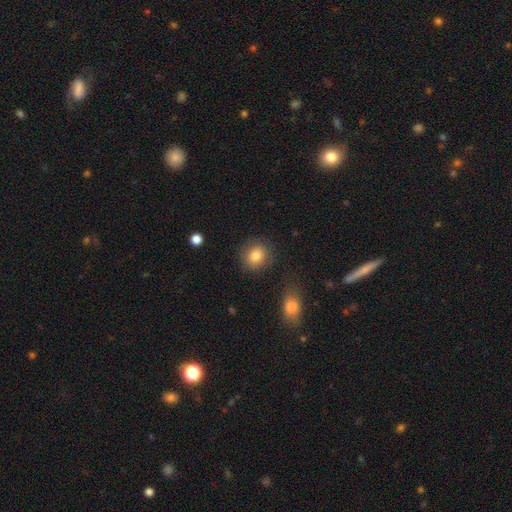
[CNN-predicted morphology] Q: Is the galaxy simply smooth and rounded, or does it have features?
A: smooth — 83%.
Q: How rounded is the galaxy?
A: round — 74%.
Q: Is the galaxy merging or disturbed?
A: none — 81%.